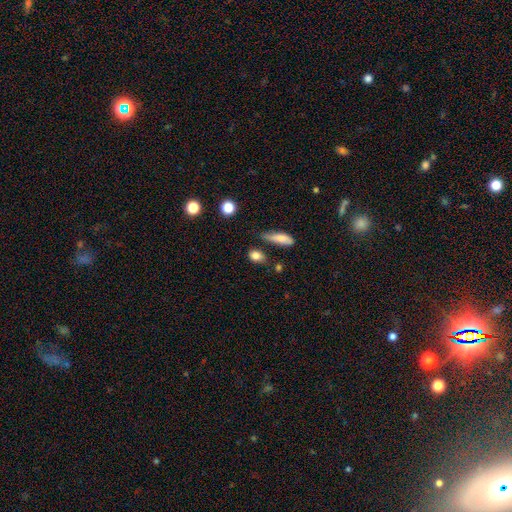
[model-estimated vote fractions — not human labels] smooth 82%, star or artifact 10%, featured or disk 9%. Down the decision tree: how rounded — in between (63%); merging — none (61%).